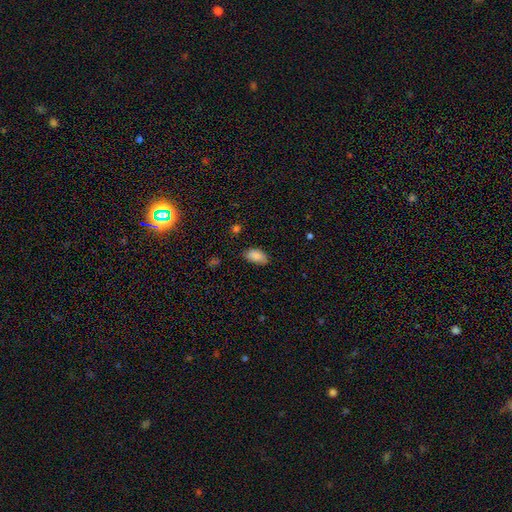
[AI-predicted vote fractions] Smooth or featured? Predicted: smooth (p=0.87). How rounded? Predicted: in between (p=0.93). Merging? Predicted: none (p=0.79).